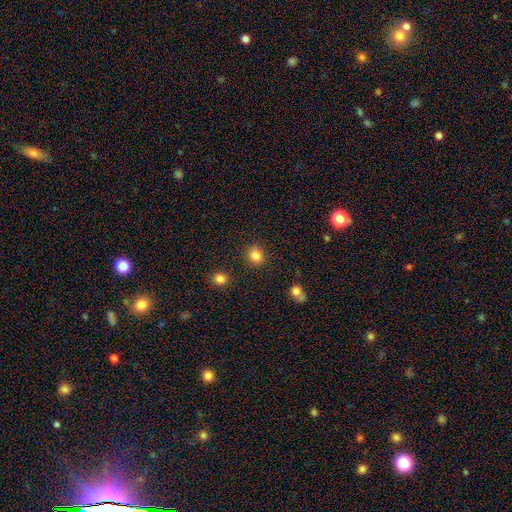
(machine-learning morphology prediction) Overall: smooth (85%). How rounded: round (81%). Merging: none (87%).